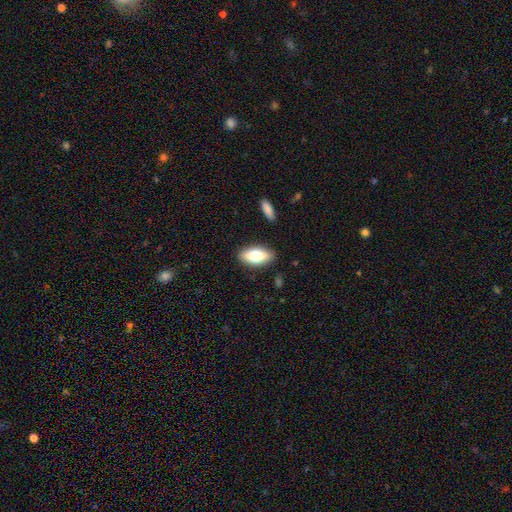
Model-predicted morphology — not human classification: smooth 71%, featured or disk 22%, star or artifact 7%. Down the decision tree: how rounded — in between (87%); merging — none (86%).